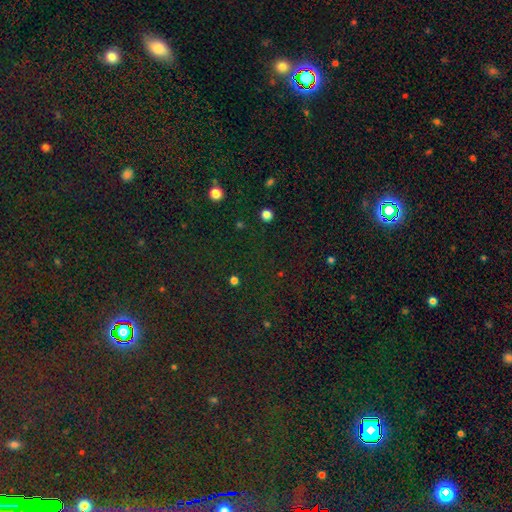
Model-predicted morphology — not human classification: This is likely a star or artifact rather than a galaxy (76%).